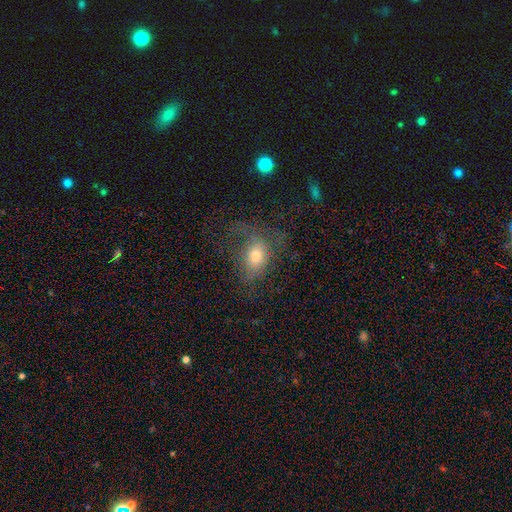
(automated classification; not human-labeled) Smooth or featured? smooth (60%)
How rounded? in between (71%)
Merging? none (42%)